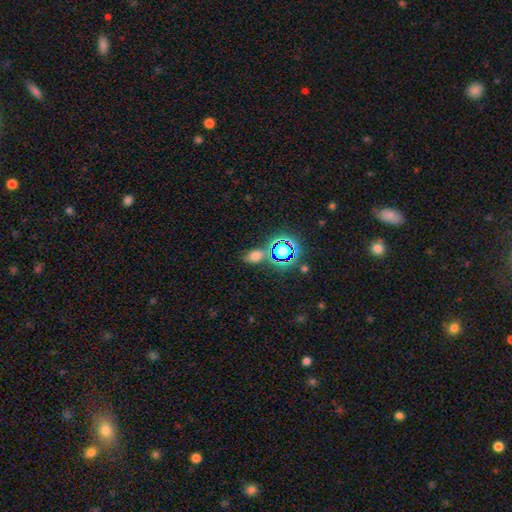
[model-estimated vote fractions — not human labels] A smooth galaxy with no disk features (61%) that is in between round and cigar-shaped (73%).

Vote fractions:
- Smooth or featured? smooth: 61% / star or artifact: 31% / featured or disk: 9%
- How rounded? in between: 73% / round: 23% / cigar-shaped: 3%
- Merging? none: 68% / minor disturbance: 16% / merger: 10% / major disturbance: 6%